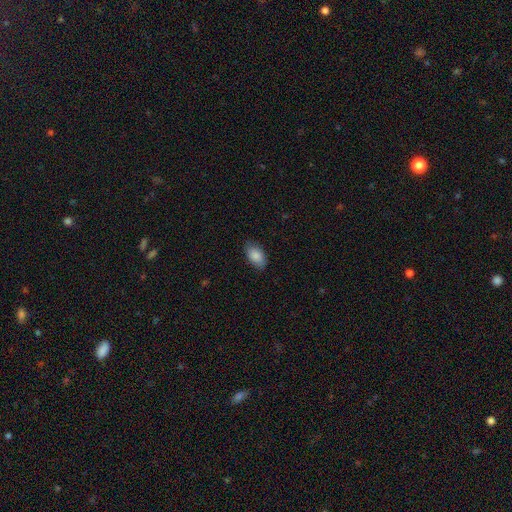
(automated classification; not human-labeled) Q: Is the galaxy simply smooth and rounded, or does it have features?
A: smooth — 87%.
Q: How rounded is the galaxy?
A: in between — 93%.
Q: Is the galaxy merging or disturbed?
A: none — 81%.